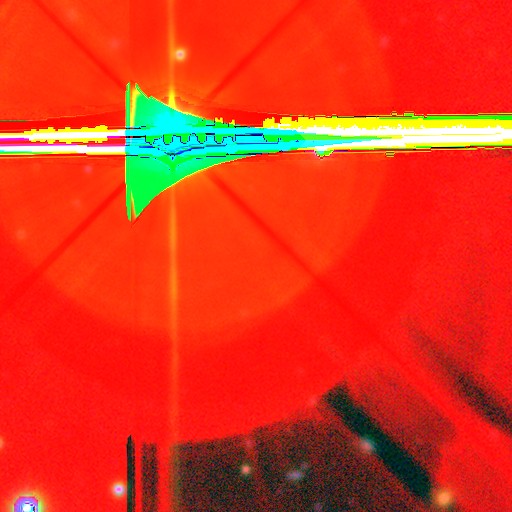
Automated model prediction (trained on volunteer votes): Smooth or featured: star or artifact — 88% (featured or disk — 7%)